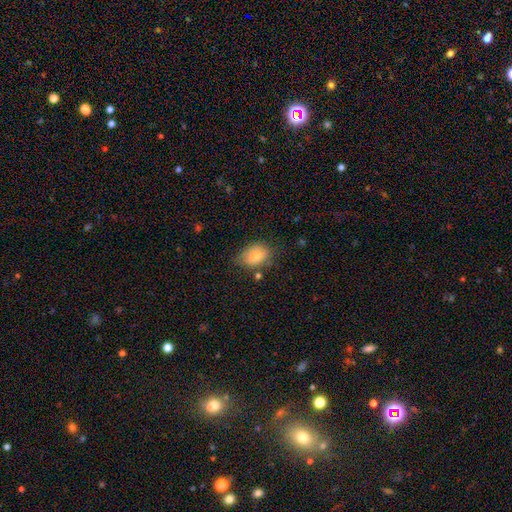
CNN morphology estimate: smooth 76%, featured or disk 16%, star or artifact 9%. Down the decision tree: how rounded — in between (76%); merging — none (63%).